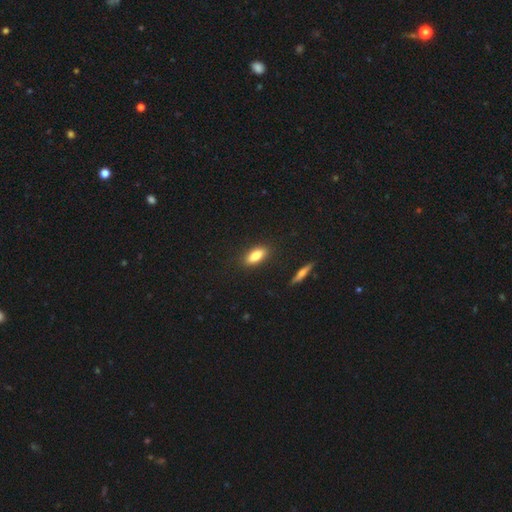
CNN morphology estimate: Q: Smooth or featured?
A: smooth (79%); runner-up: featured or disk (14%)
Q: How rounded?
A: in between (80%); runner-up: cigar-shaped (17%)
Q: Merging?
A: none (88%); runner-up: minor disturbance (8%)